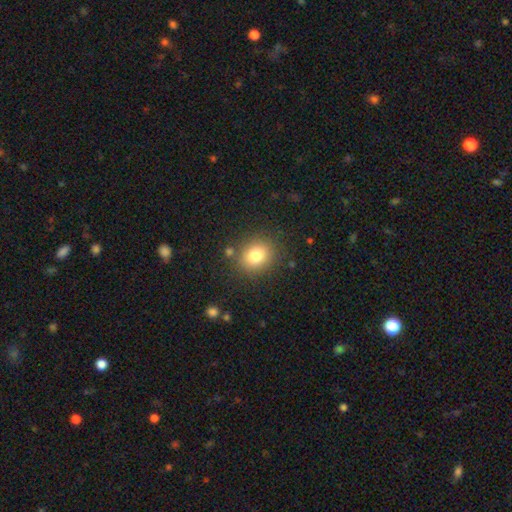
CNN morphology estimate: type=smooth (80%); roundness=round (64%); merging=none (83%).